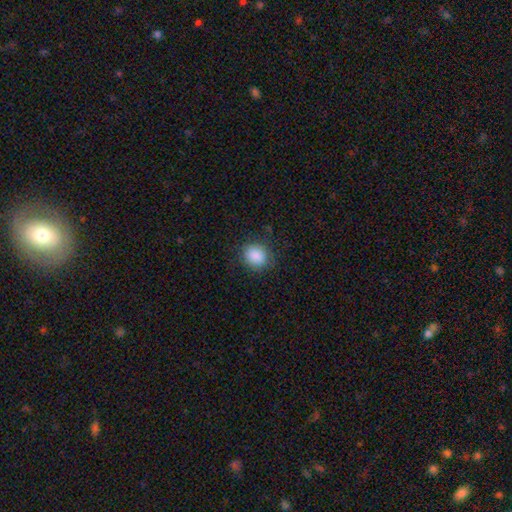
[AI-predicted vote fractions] The model was most divided on "how rounded": round: 74%, in between: 25%, cigar-shaped: 1%. More confident: smooth or featured — smooth (88%); merging — none (84%).